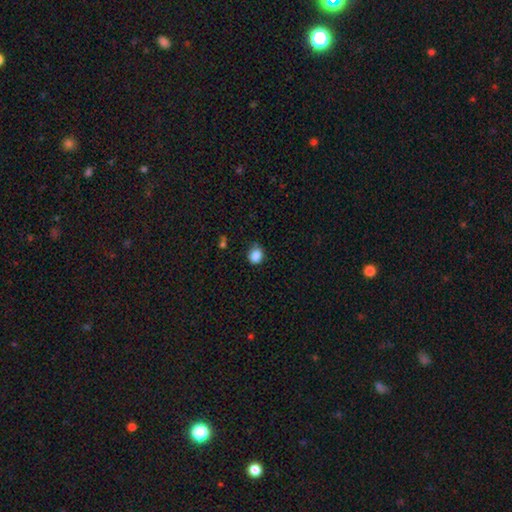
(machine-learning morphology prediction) This appears to be a smooth galaxy with no disk features (86%) that is round (75%). Merging: none (71%).